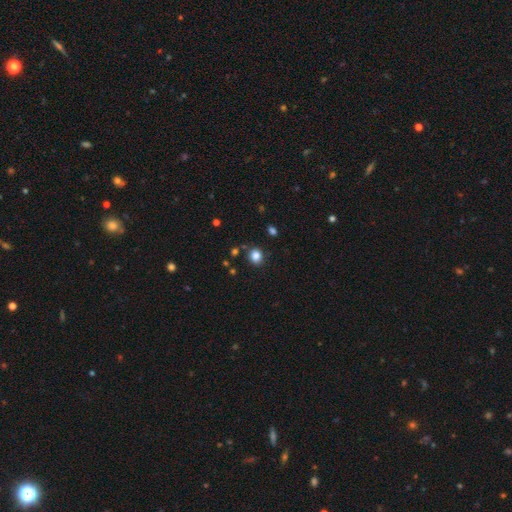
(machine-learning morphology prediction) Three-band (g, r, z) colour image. It shows a smooth galaxy with no disk features (83%) that is round (75%). Merging: none (86%).